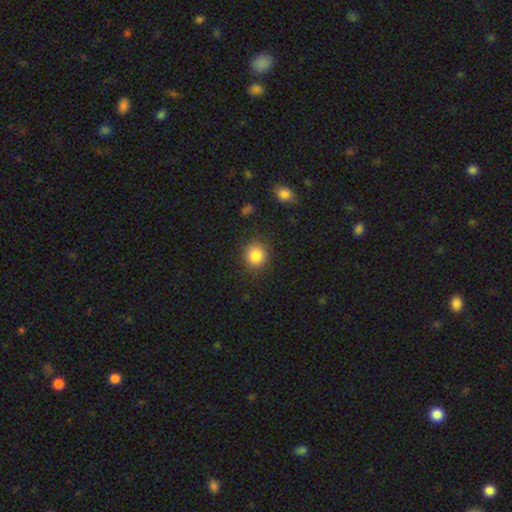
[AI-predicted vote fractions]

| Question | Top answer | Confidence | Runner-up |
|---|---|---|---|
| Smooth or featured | smooth | 85% | star or artifact (10%) |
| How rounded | round | 86% | in between (13%) |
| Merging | none | 87% | minor disturbance (9%) |